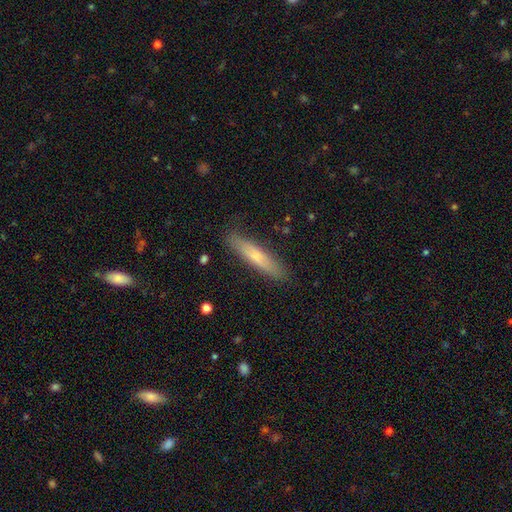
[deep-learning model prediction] Smooth or featured? Predicted: smooth (p=0.65). How rounded? Predicted: cigar-shaped (p=0.87). Merging? Predicted: none (p=0.87).